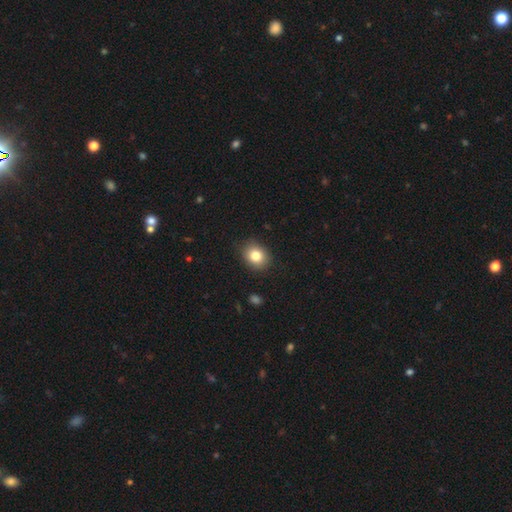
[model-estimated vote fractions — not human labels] This is clearly a smooth galaxy (83%). How rounded: possibly round (57%). Merging: clearly none (87%).